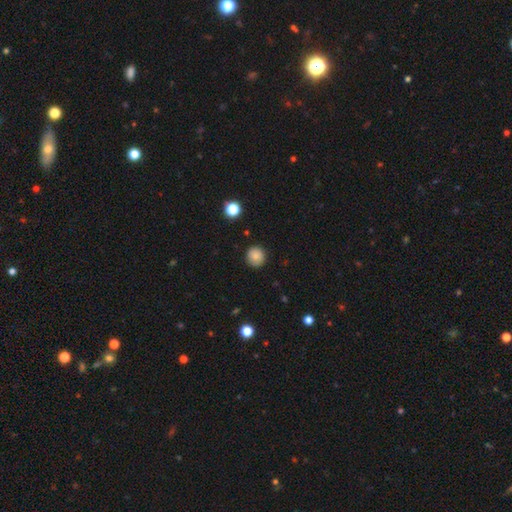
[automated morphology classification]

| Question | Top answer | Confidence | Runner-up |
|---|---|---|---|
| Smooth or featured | smooth | 81% | star or artifact (10%) |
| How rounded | round | 91% | in between (8%) |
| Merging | none | 87% | minor disturbance (9%) |